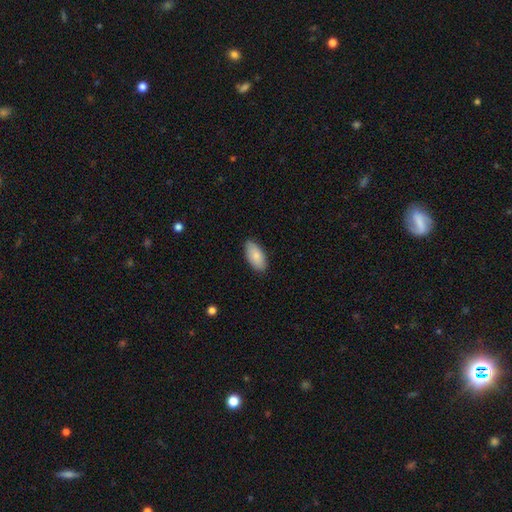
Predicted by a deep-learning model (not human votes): Morphology: type=smooth (83%); roundness=in between (94%); merging=none (85%).